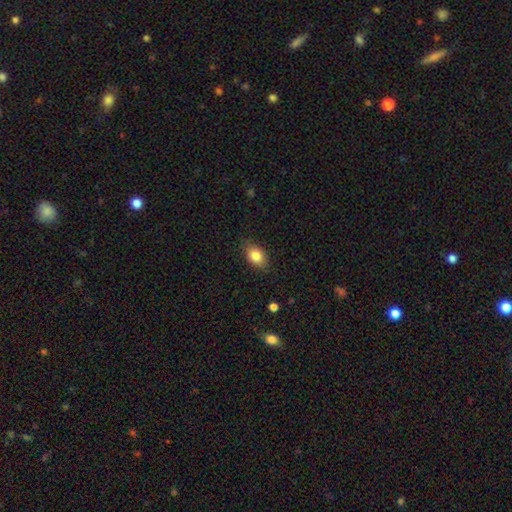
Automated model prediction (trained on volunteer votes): Overall: smooth (83%). How rounded: in between (80%). Merging: none (81%).